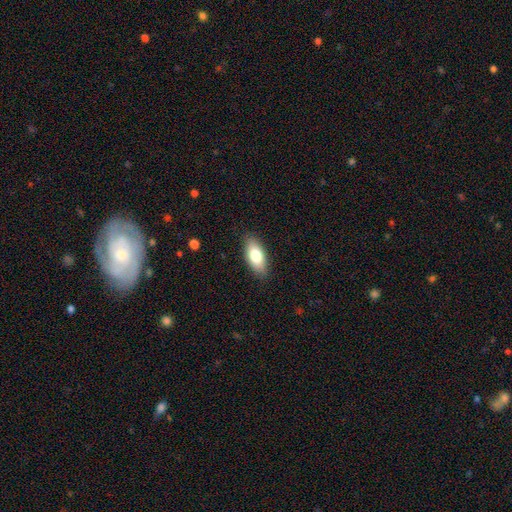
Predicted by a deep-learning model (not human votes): smooth-or-featured: smooth: 78% | featured or disk: 15% | star or artifact: 7%
  how-rounded: in between: 88% | cigar-shaped: 9% | round: 3%
  merging: none: 87% | minor disturbance: 10% | major disturbance: 2% | merger: 1%